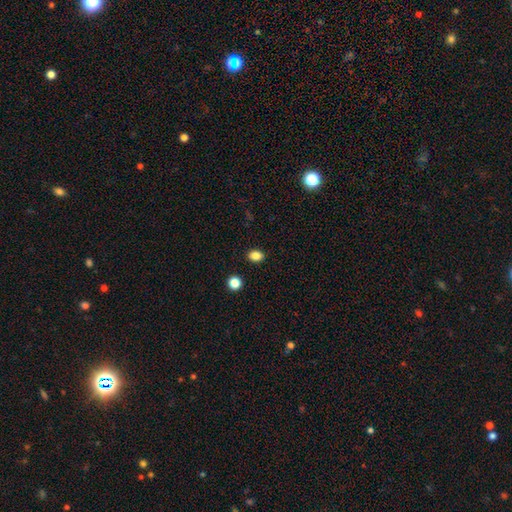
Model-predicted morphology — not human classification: The model was most divided on "how rounded": in between: 66%, round: 33%, cigar-shaped: 1%. More confident: merging — none (90%); smooth or featured — smooth (85%).